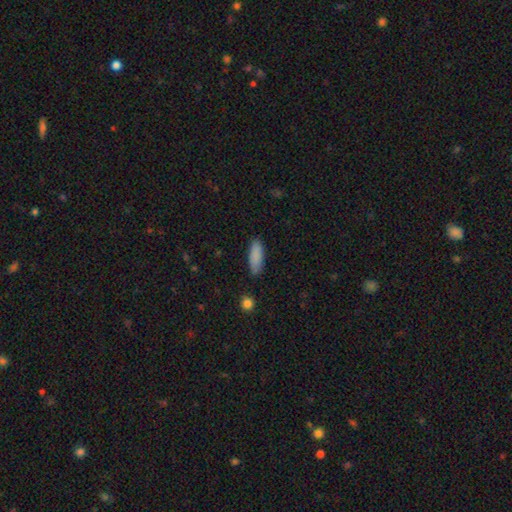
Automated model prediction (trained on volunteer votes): smooth 88%, star or artifact 7%, featured or disk 5%. Down the decision tree: how rounded — in between (64%); merging — none (84%).